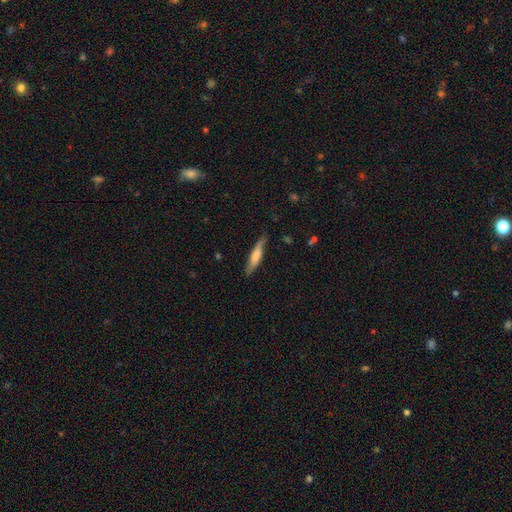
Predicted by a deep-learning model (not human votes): smooth_or_featured: smooth (p=0.48) [alt: featured or disk p=0.46]
merging: none (p=0.78) [alt: minor disturbance p=0.17]